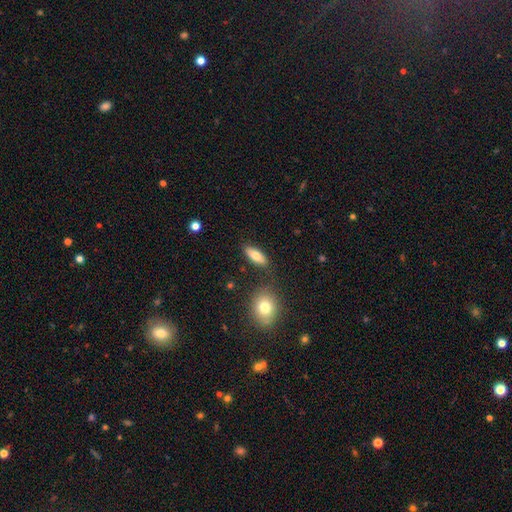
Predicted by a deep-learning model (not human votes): The model was most divided on "smooth or featured": smooth: 74%, featured or disk: 19%, star or artifact: 7%. More confident: merging — none (80%); how rounded — in between (76%).